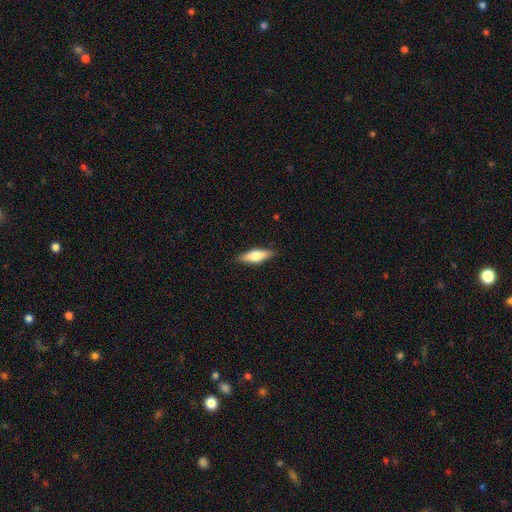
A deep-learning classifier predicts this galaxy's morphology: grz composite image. It shows a smooth galaxy with no disk features (61%) that is in between round and cigar-shaped (49%). Merging: none (88%).